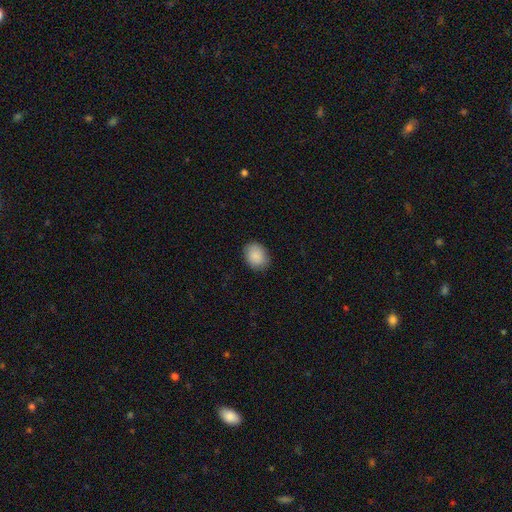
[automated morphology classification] smooth-or-featured: smooth: 90% | star or artifact: 7% | featured or disk: 3%
  how-rounded: in between: 64% | round: 35% | cigar-shaped: 1%
  merging: none: 87% | minor disturbance: 10% | major disturbance: 2% | merger: 1%